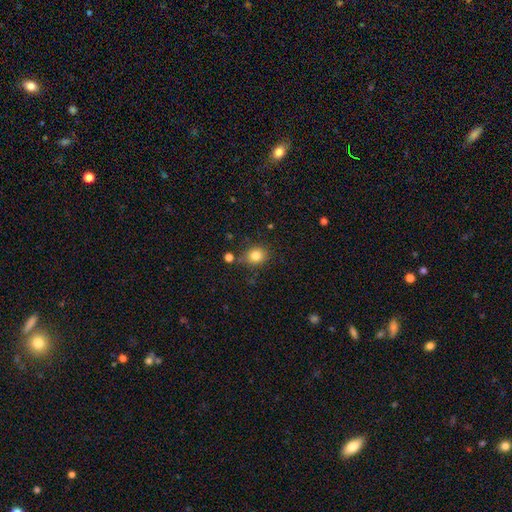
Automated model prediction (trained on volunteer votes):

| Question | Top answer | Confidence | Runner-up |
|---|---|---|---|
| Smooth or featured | smooth | 82% | star or artifact (11%) |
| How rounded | round | 69% | in between (30%) |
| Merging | none | 74% | minor disturbance (15%) |